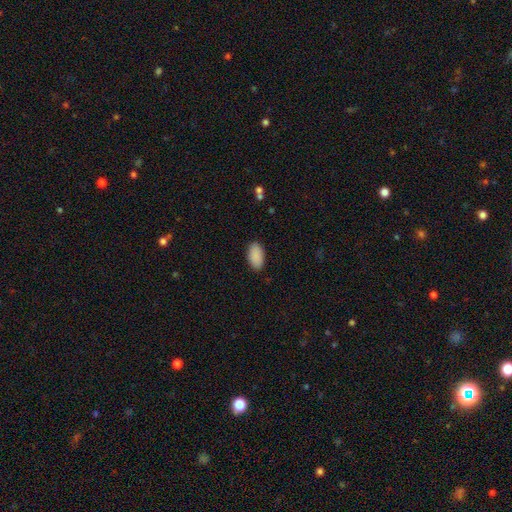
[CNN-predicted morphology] Q: Smooth or featured?
A: smooth (90%); runner-up: star or artifact (7%)
Q: How rounded?
A: in between (95%); runner-up: round (3%)
Q: Merging?
A: none (89%); runner-up: minor disturbance (8%)